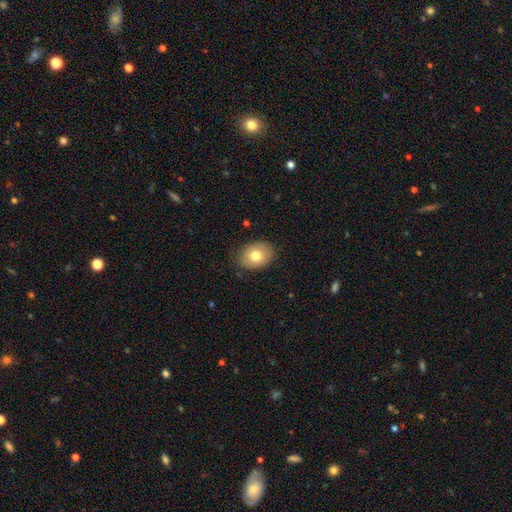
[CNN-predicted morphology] smooth 75%, featured or disk 17%, star or artifact 8%. Down the decision tree: how rounded — in between (70%); merging — none (83%).